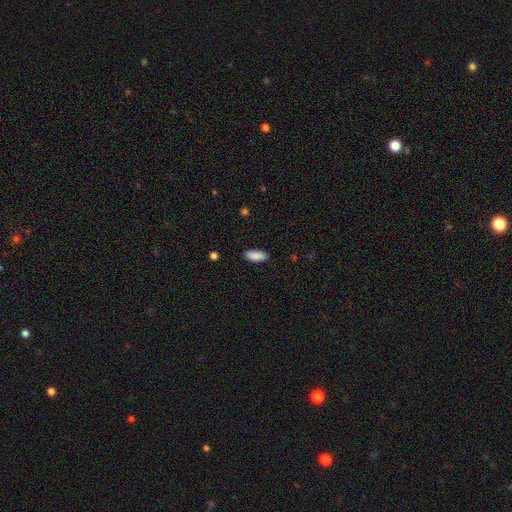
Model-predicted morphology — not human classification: smooth-or-featured: smooth: 88% | star or artifact: 6% | featured or disk: 6%
  how-rounded: in between: 81% | cigar-shaped: 17% | round: 2%
  merging: none: 88% | minor disturbance: 9% | major disturbance: 2% | merger: 1%